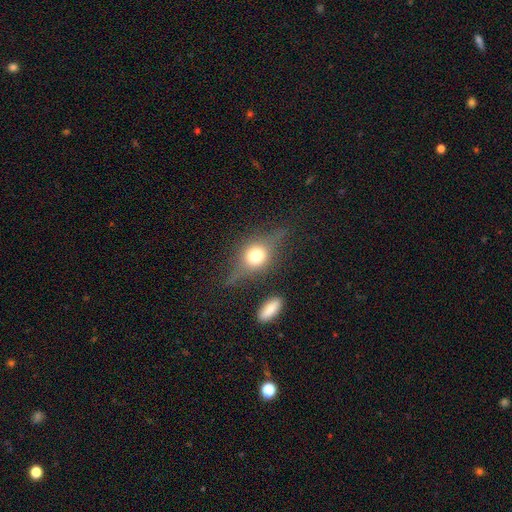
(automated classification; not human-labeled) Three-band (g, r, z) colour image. It shows a featured or disk galaxy (52%) viewed edge-on (89%). Merging: none (70%).